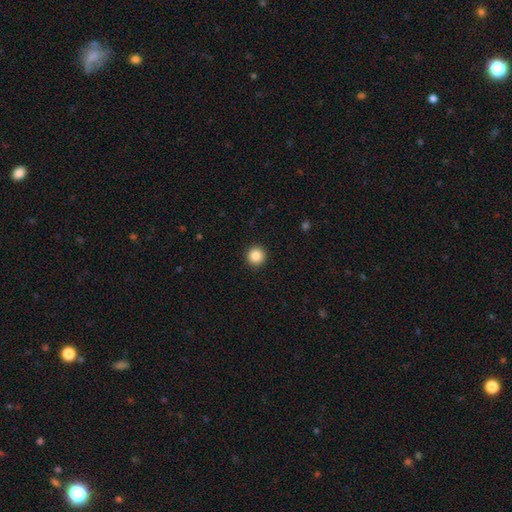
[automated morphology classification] smooth_or_featured: smooth (p=0.86) [alt: star or artifact p=0.10]
how_rounded: round (p=0.96) [alt: in between p=0.03]
merging: none (p=0.94) [alt: minor disturbance p=0.04]